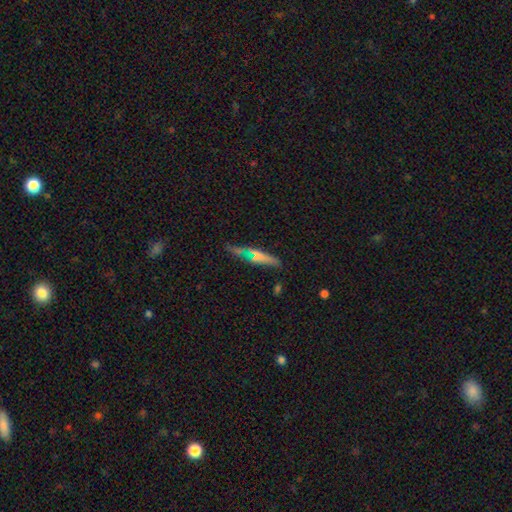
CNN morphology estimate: type=smooth (52%); roundness=cigar-shaped (73%); merging=none (75%).